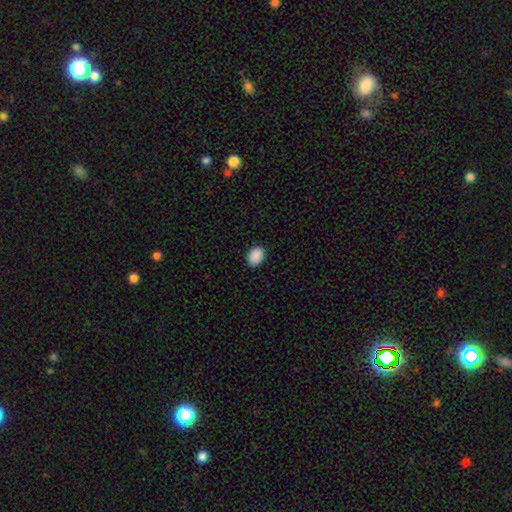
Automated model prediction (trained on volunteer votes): Overall: smooth (90%). How rounded: in between (73%). Merging: none (89%).